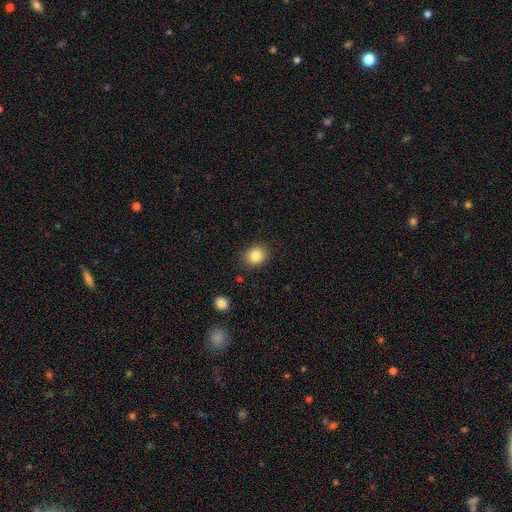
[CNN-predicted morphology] Overall: smooth (84%). How rounded: round (72%). Merging: none (89%).